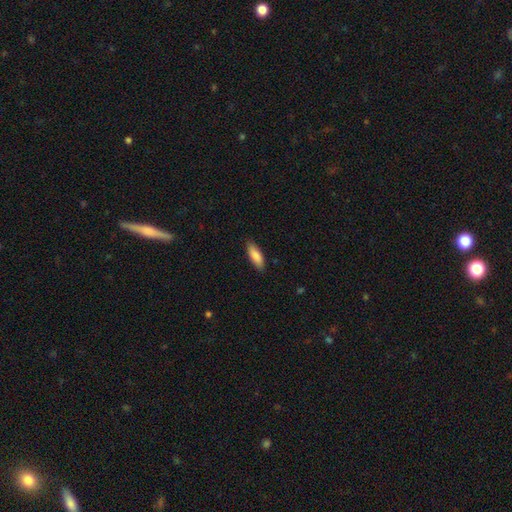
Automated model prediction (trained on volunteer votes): A smooth galaxy with no disk features (86%) that is in between round and cigar-shaped (65%). Merging: none (86%).